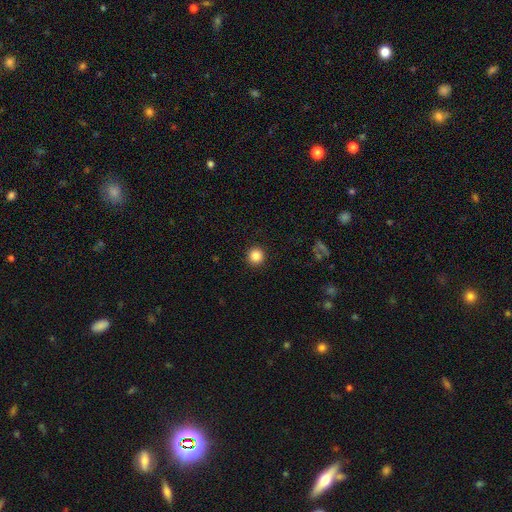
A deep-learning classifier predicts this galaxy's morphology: A smooth galaxy with no disk features (85%) that is round (95%). Merging: none (93%).